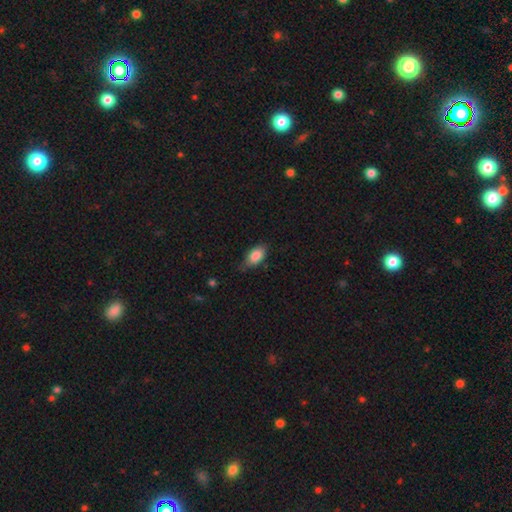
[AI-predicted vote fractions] This is clearly a smooth galaxy (85%). How rounded: clearly in between (90%). Merging: likely none (65%).